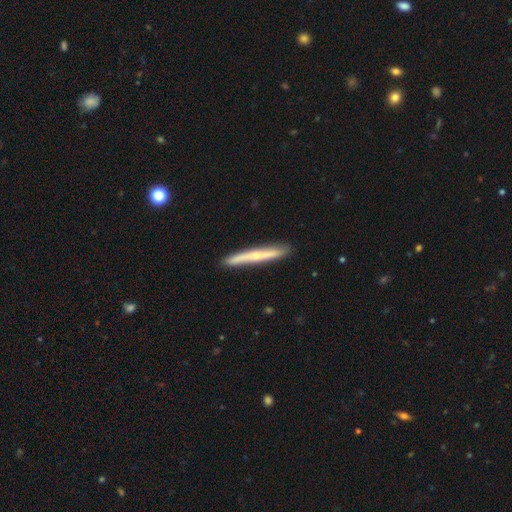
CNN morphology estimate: smooth-or-featured: featured or disk: 55% | smooth: 40% | star or artifact: 6%
  disk-edge-on: yes: 93% | no: 7%
    edge-on-bulge: rounded: 61% | none: 36% | boxy: 4%
  merging: none: 89% | minor disturbance: 8% | major disturbance: 1% | merger: 1%